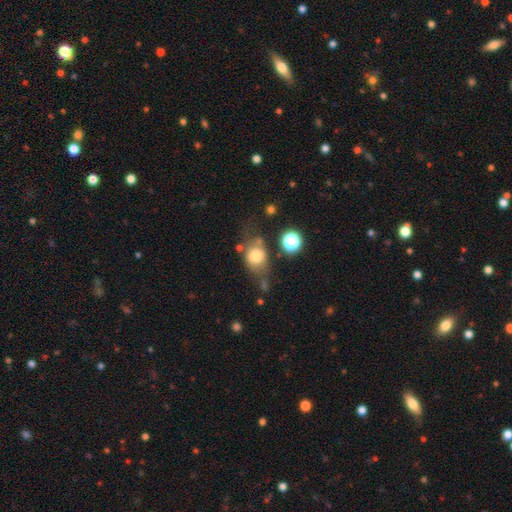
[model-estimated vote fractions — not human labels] Smooth or featured? smooth (73%)
How rounded? round (52%)
Merging? none (52%)